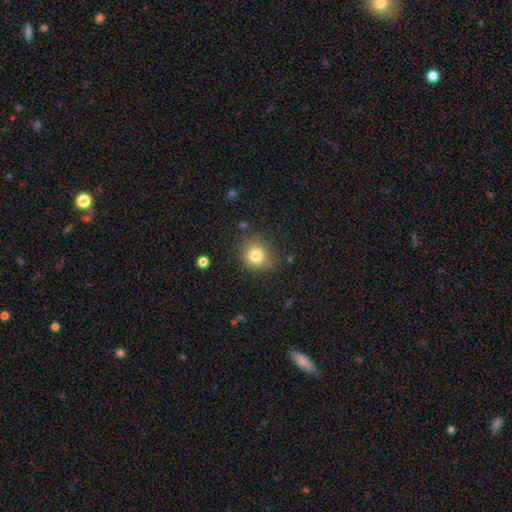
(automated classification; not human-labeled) Smooth or featured?
  - smooth: 81% *
  - star or artifact: 11%
  - featured or disk: 8%
How rounded?
  - round: 77% *
  - in between: 22%
  - cigar-shaped: 1%
Merging?
  - none: 79% *
  - minor disturbance: 15%
  - major disturbance: 4%
  - merger: 2%